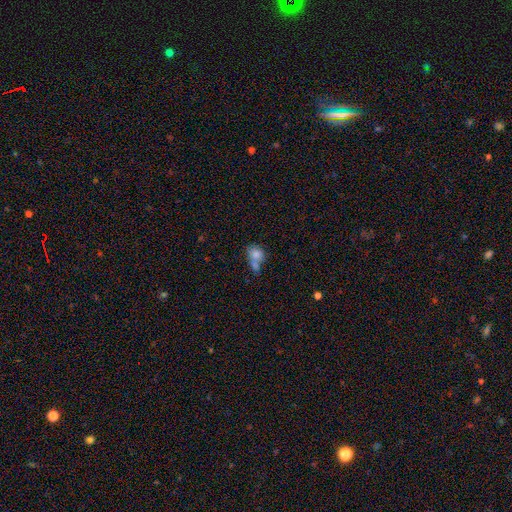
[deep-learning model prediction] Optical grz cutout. It shows a smooth galaxy with no disk features (76%) that is round (51%). Merging: merger (55%).